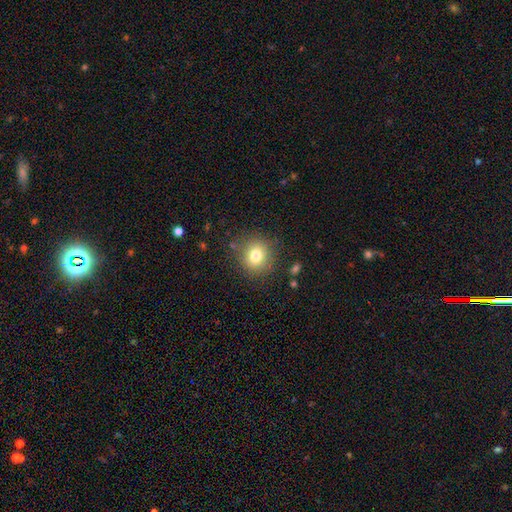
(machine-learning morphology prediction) smooth-or-featured: smooth: 78% | star or artifact: 12% | featured or disk: 10%
  how-rounded: round: 89% | in between: 10% | cigar-shaped: 1%
  merging: none: 85% | minor disturbance: 9% | major disturbance: 4% | merger: 2%